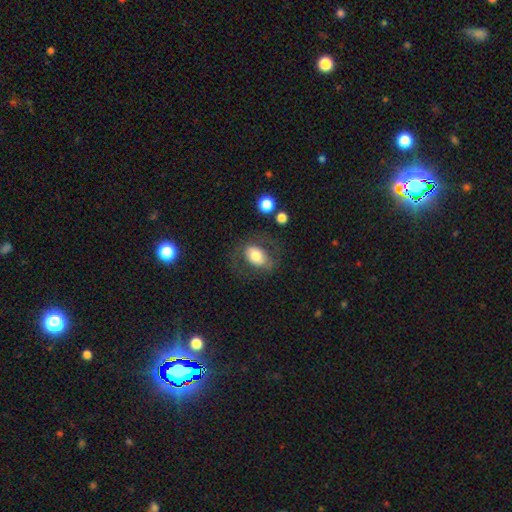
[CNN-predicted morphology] smooth-or-featured: smooth: 61% | featured or disk: 31% | star or artifact: 8%
  how-rounded: in between: 82% | round: 16% | cigar-shaped: 2%
  merging: none: 60% | minor disturbance: 19% | major disturbance: 18% | merger: 3%